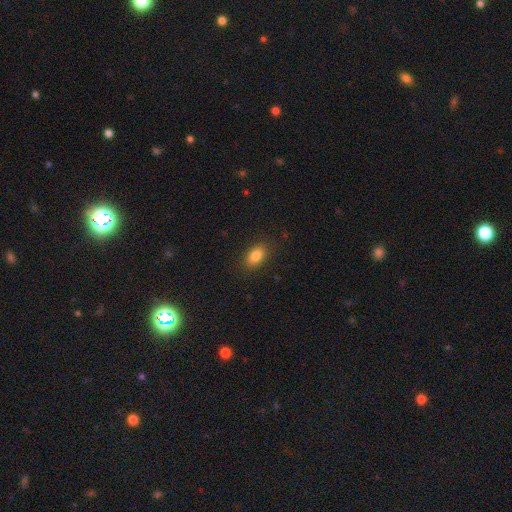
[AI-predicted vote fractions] Smooth or featured? Predicted: smooth (p=0.84). How rounded? Predicted: in between (p=0.87). Merging? Predicted: none (p=0.86).